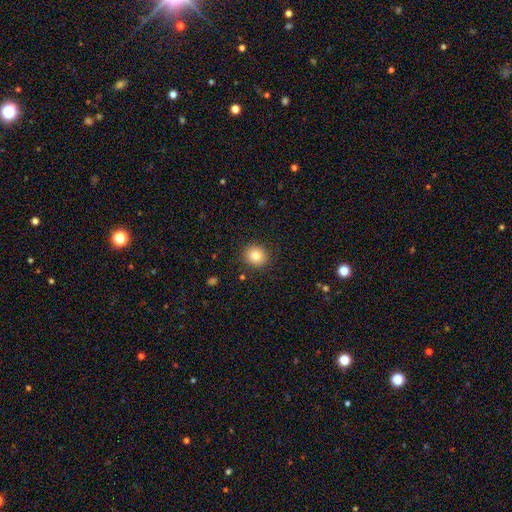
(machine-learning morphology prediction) Smooth or featured?
  - smooth: 82% *
  - star or artifact: 10%
  - featured or disk: 8%
How rounded?
  - round: 82% *
  - in between: 17%
  - cigar-shaped: 1%
Merging?
  - none: 90% *
  - minor disturbance: 7%
  - major disturbance: 2%
  - merger: 1%